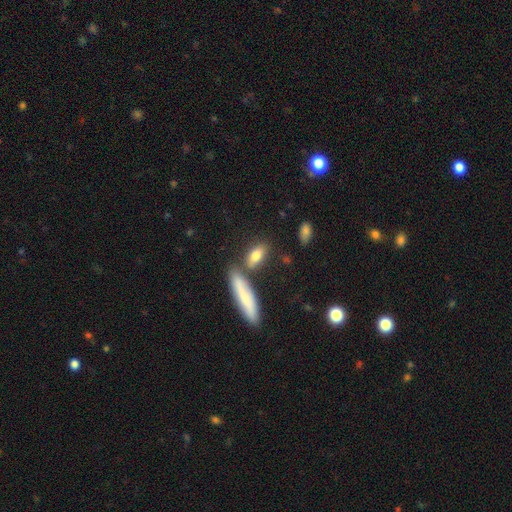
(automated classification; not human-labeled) This appears to be a smooth galaxy with no disk features (76%) that is in between round and cigar-shaped (68%). Merging: none (65%).